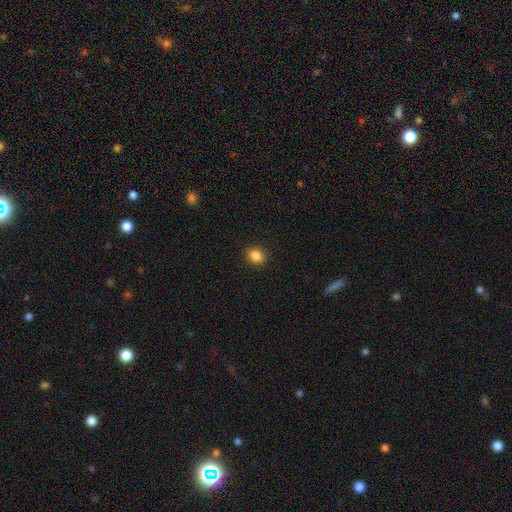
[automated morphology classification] smooth_or_featured: smooth (p=0.86) [alt: star or artifact p=0.10]
how_rounded: round (p=0.54) [alt: in between p=0.45]
merging: none (p=0.91) [alt: minor disturbance p=0.06]